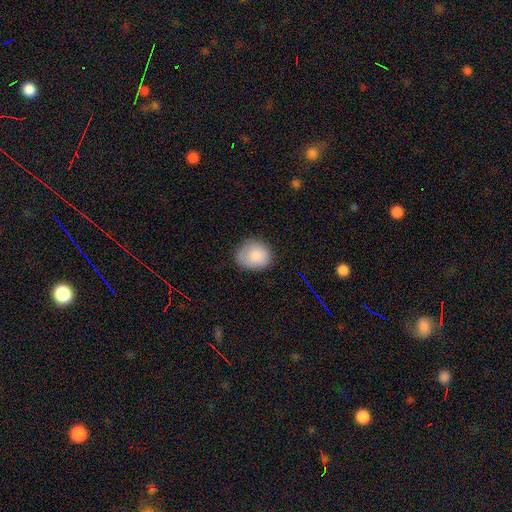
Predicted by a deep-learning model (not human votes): This appears to be a smooth galaxy with no disk features (84%) that is round (65%). Merging: none (73%).